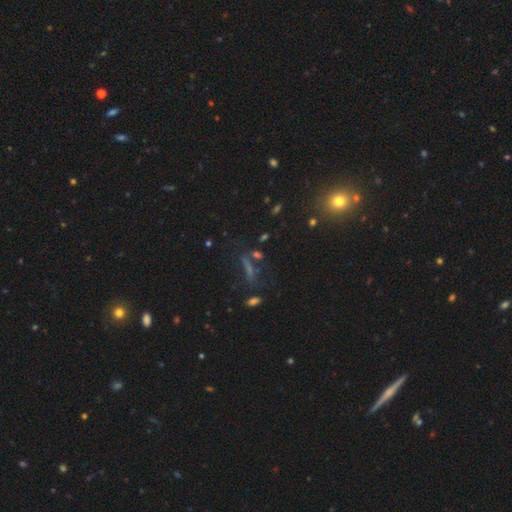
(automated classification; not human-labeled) The model was most divided on "smooth or featured": star or artifact: 39%, smooth: 33%, featured or disk: 28%.